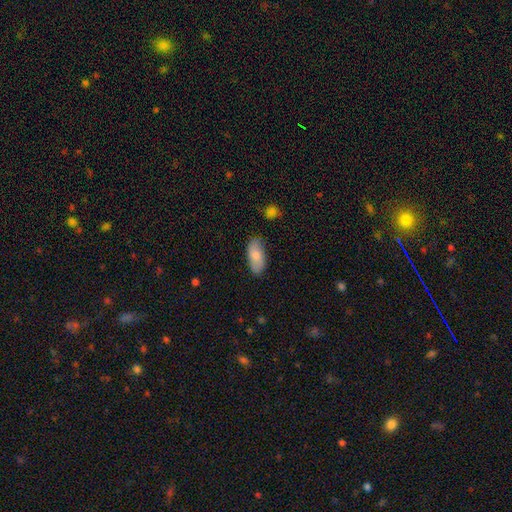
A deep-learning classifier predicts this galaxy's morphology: smooth_or_featured: smooth (p=0.77) [alt: featured or disk p=0.17]
how_rounded: in between (p=0.90) [alt: cigar-shaped p=0.07]
merging: none (p=0.81) [alt: minor disturbance p=0.15]